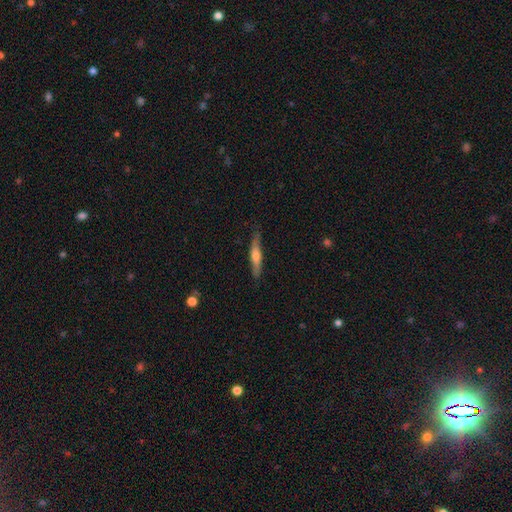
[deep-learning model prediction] A featured or disk galaxy (50%). Merging: none (82%).